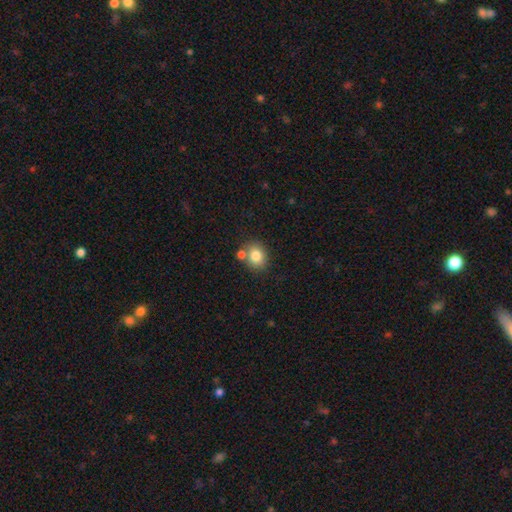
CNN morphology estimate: The model was most divided on "how rounded": round: 66%, in between: 33%, cigar-shaped: 1%. More confident: smooth or featured — smooth (80%); merging — none (66%).